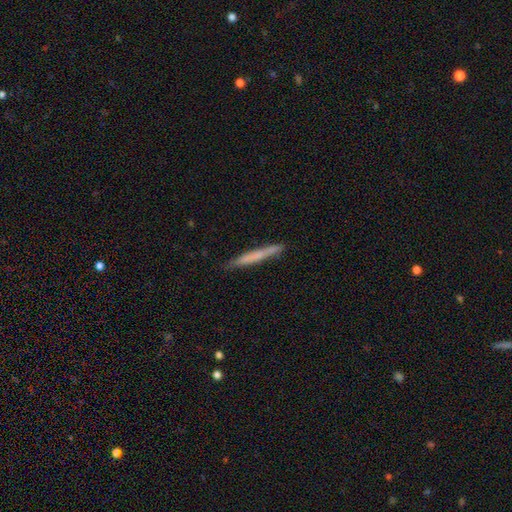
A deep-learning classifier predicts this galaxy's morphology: The model was most divided on "smooth or featured": smooth: 61%, featured or disk: 33%, star or artifact: 6%. More confident: how rounded — cigar-shaped (97%); merging — none (87%).